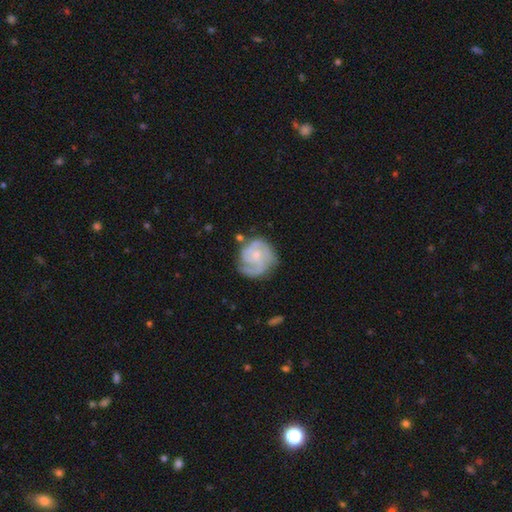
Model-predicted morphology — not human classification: Smooth or featured? Predicted: featured or disk (p=0.84). Edge-on disk? Predicted: no (p=0.98). Bar? Predicted: no (p=0.67). Spiral arms? Predicted: yes (p=0.96). Spiral winding? Predicted: tight (p=0.57). Spiral arm count? Predicted: 3 (p=0.42). Bulge size? Predicted: small (p=0.69). Merging? Predicted: none (p=0.67).